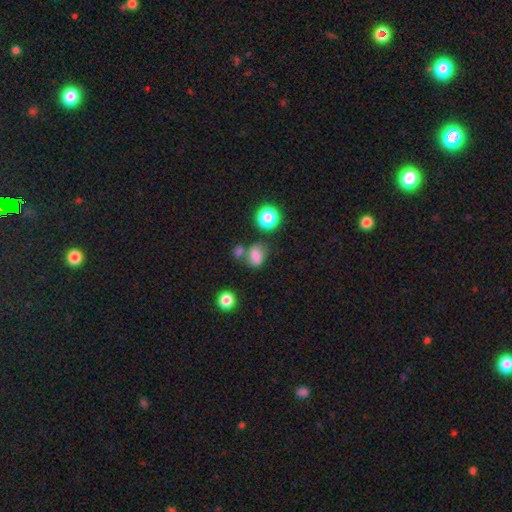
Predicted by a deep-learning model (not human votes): Morphology: type=smooth (73%); roundness=in between (62%); merging=none (51%).